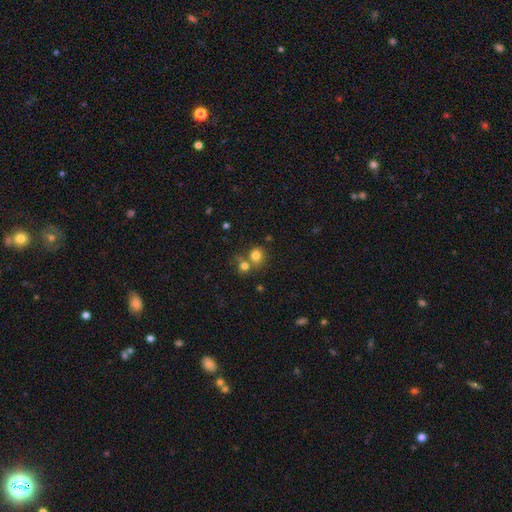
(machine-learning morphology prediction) Smooth or featured: smooth — 78% (star or artifact — 13%)
How rounded: round — 75% (in between — 25%)
Merging: none — 50% (merger — 37%)